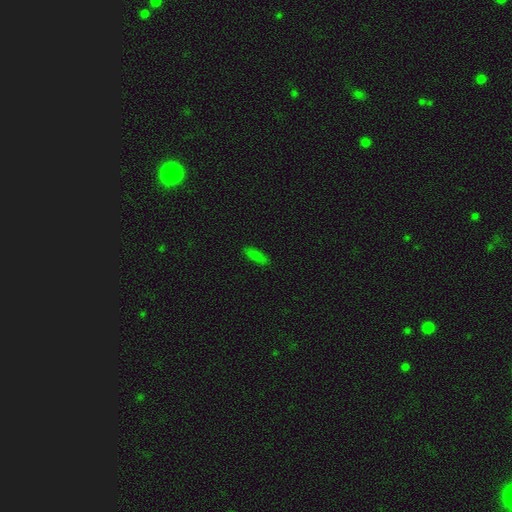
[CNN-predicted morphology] This appears to be a smooth galaxy with no disk features (82%) that is in between round and cigar-shaped (55%). Merging: none (87%).